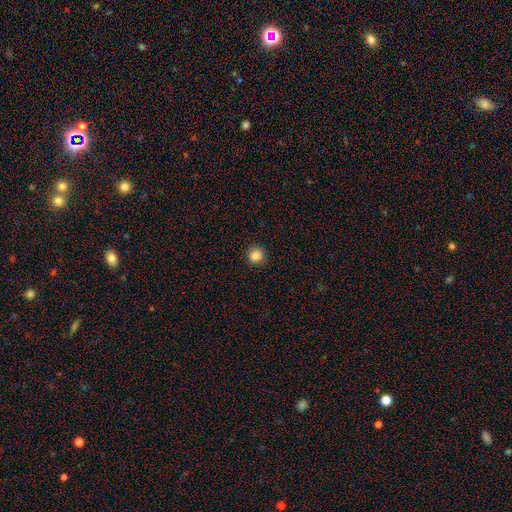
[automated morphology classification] The model was most divided on "smooth or featured": smooth: 85%, star or artifact: 11%, featured or disk: 4%. More confident: merging — none (91%); how rounded — round (91%).